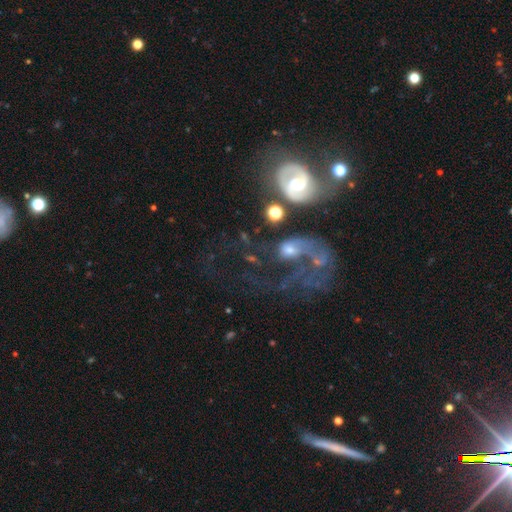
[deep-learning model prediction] Morphology: type=featured or disk (51%); edge-on=no (93%); merging=merger (35%).